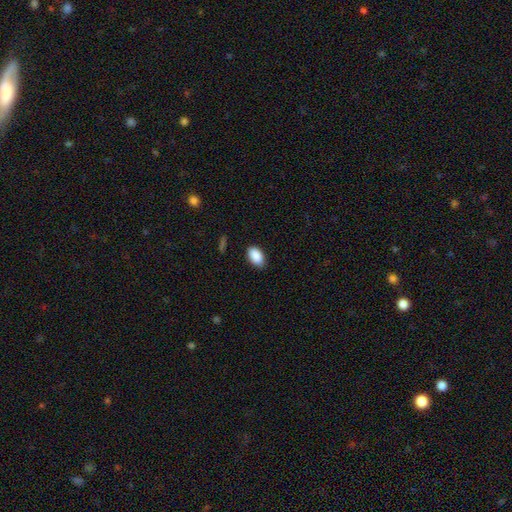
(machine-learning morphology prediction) Q: Smooth or featured?
A: smooth (90%); runner-up: star or artifact (7%)
Q: How rounded?
A: in between (93%); runner-up: round (5%)
Q: Merging?
A: none (85%); runner-up: minor disturbance (12%)